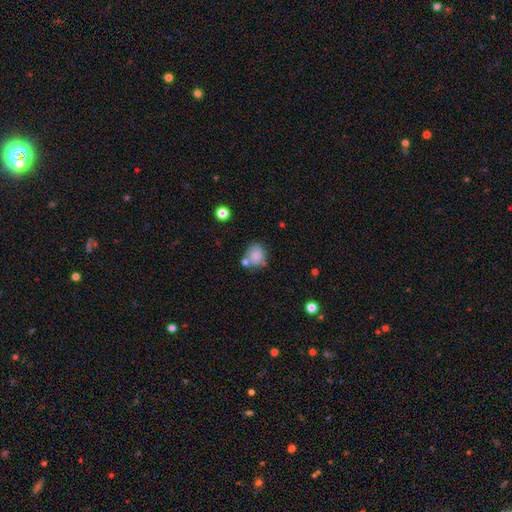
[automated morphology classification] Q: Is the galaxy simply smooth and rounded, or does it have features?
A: smooth — 81%.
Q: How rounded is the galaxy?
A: round — 68%.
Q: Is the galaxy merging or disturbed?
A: none — 59%.